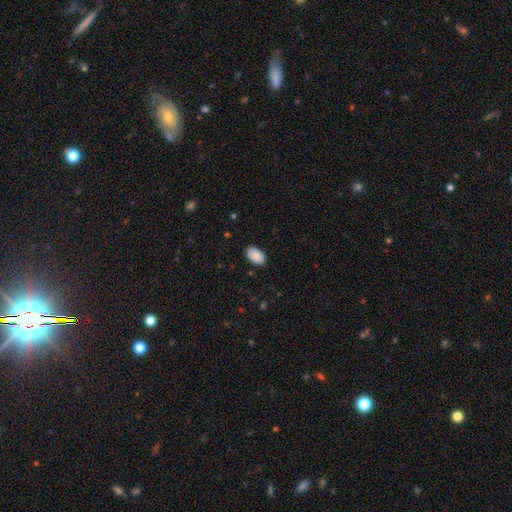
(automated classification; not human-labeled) Smooth or featured: smooth — 91% (star or artifact — 7%)
How rounded: in between — 94% (round — 5%)
Merging: none — 88% (minor disturbance — 9%)